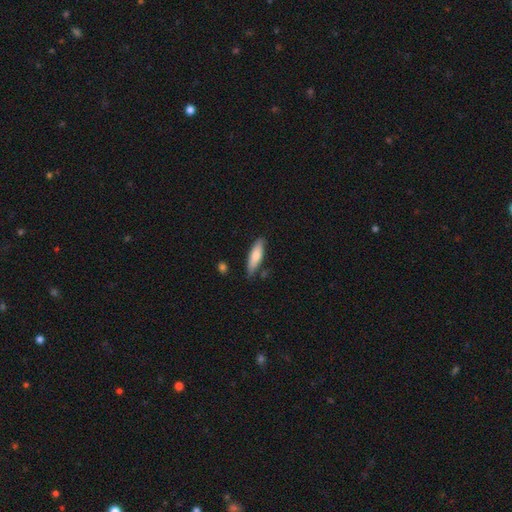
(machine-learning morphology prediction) Q: Smooth or featured?
A: smooth (75%); runner-up: featured or disk (20%)
Q: How rounded?
A: cigar-shaped (62%); runner-up: in between (36%)
Q: Merging?
A: none (80%); runner-up: minor disturbance (14%)